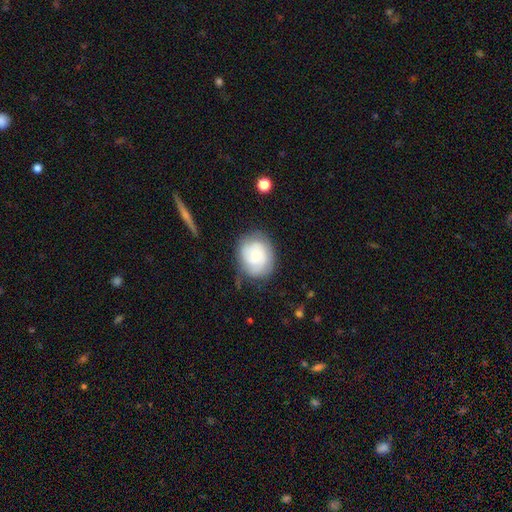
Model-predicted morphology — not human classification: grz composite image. It shows a featured or disk galaxy (51%). Merging: none (64%).